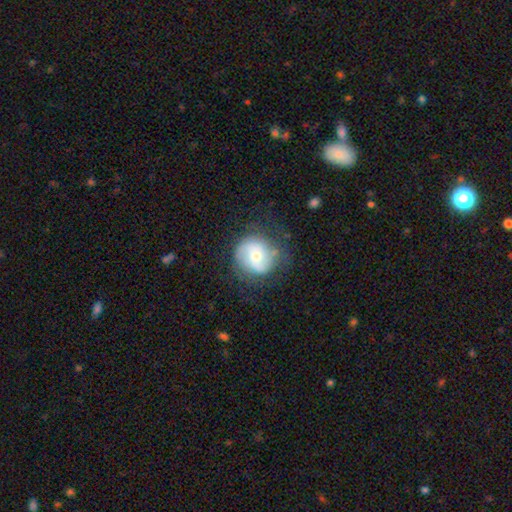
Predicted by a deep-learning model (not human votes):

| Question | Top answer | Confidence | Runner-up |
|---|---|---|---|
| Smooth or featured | featured or disk | 53% | smooth (40%) |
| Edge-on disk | no | 97% | yes (3%) |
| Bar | no | 60% | weak (31%) |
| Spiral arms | yes | 78% | no (22%) |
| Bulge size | moderate | 47% | small (45%) |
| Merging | none | 65% | minor disturbance (22%) |